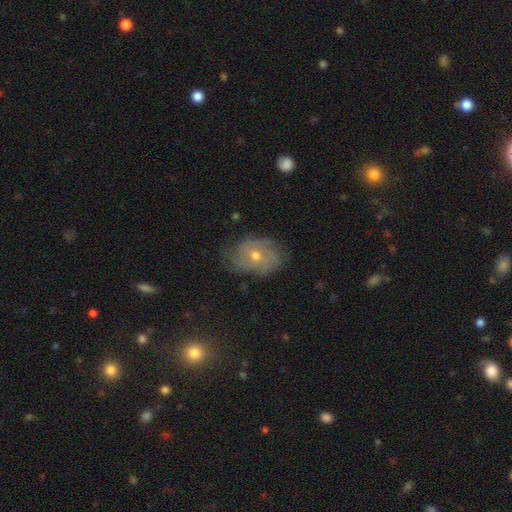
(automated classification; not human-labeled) featured or disk 64%, smooth 25%, star or artifact 11%. Down the decision tree: edge-on disk — no (96%); bar — no (82%); spiral arms — yes (79%); bulge size — moderate (62%); merging — none (66%).